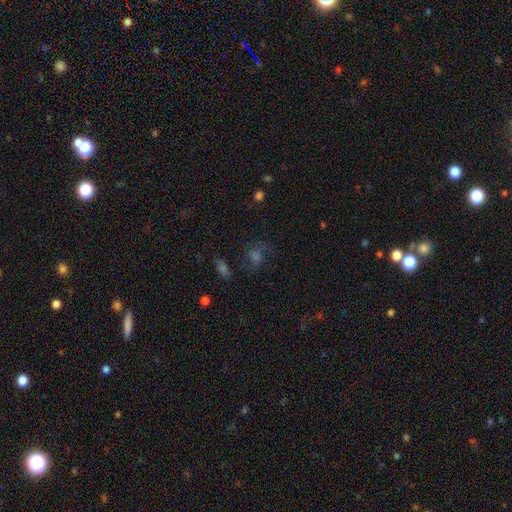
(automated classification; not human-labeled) A star or artifact, not a galaxy (35%).